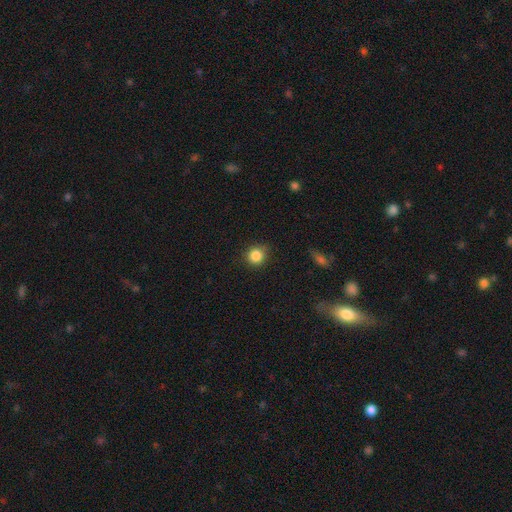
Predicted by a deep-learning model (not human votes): Overall: smooth (86%). How rounded: round (91%). Merging: none (82%).